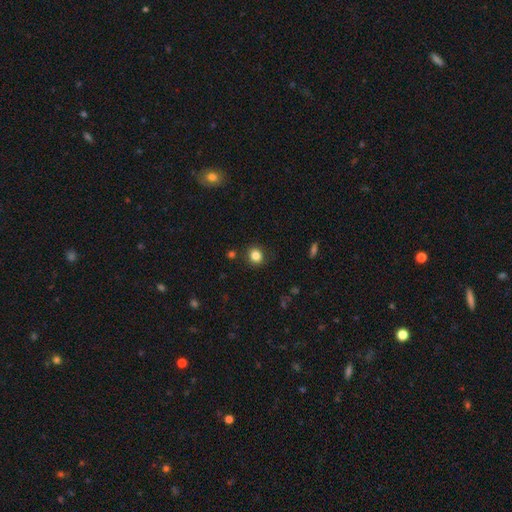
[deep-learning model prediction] smooth-or-featured: smooth: 83% | star or artifact: 12% | featured or disk: 5%
  how-rounded: round: 80% | in between: 19% | cigar-shaped: 1%
  merging: none: 88% | minor disturbance: 8% | major disturbance: 2% | merger: 2%